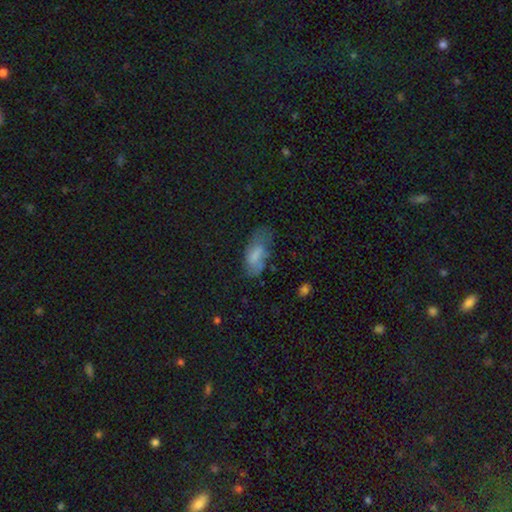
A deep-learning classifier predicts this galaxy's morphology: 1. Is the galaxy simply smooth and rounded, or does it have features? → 65% smooth, 25% featured or disk, 10% star or artifact.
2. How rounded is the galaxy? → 85% in between, 12% cigar-shaped, 3% round.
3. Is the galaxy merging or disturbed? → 47% none, 31% minor disturbance, 18% major disturbance, 3% merger.